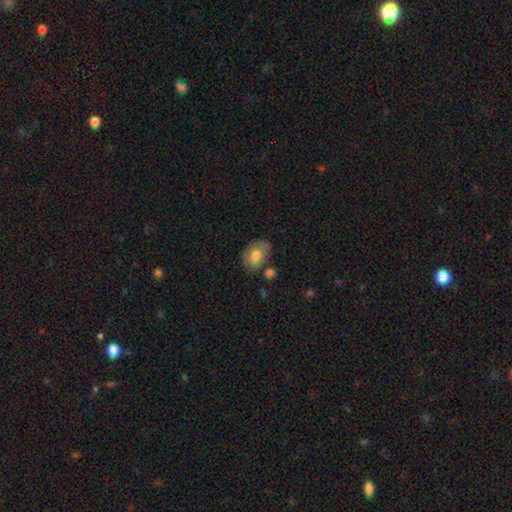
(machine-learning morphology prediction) Smooth or featured? smooth (72%)
How rounded? in between (77%)
Merging? none (65%)